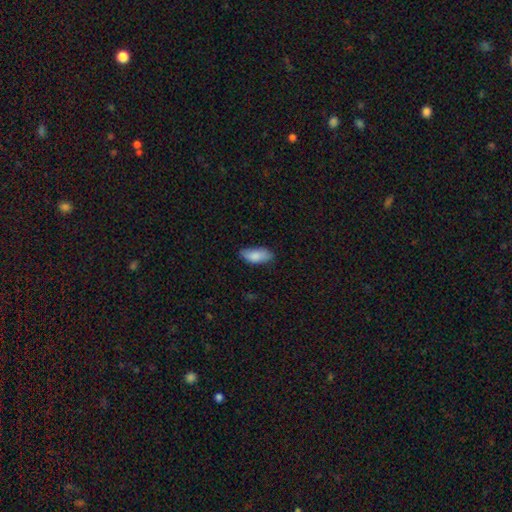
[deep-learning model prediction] Smooth or featured: smooth — 86% (featured or disk — 8%)
How rounded: in between — 86% (cigar-shaped — 12%)
Merging: none — 78% (minor disturbance — 18%)